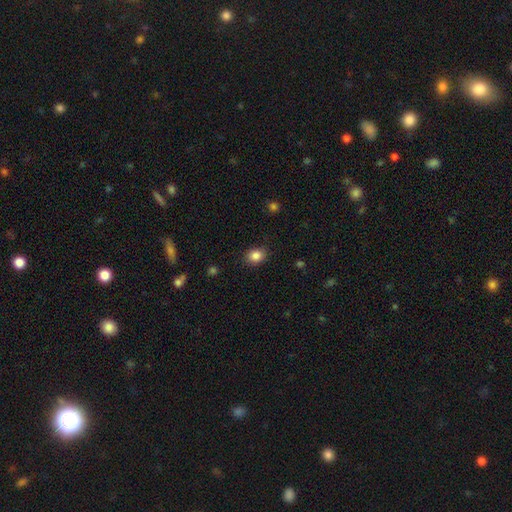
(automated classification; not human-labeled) A smooth galaxy with no disk features (86%) that is in between round and cigar-shaped (51%).

Vote fractions:
- Smooth or featured? smooth: 86% / star or artifact: 10% / featured or disk: 5%
- How rounded? in between: 51% / round: 48% / cigar-shaped: 1%
- Merging? none: 87% / minor disturbance: 9% / major disturbance: 3% / merger: 1%